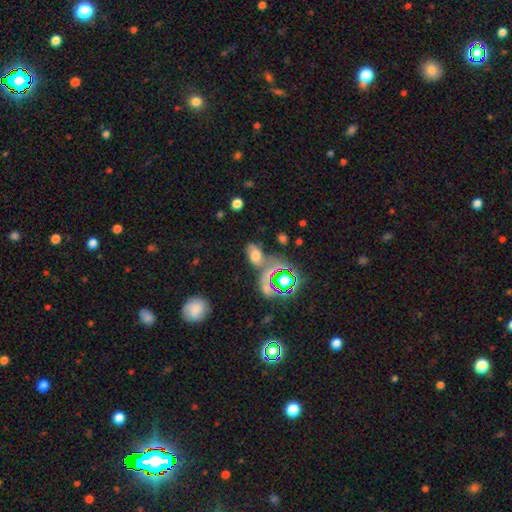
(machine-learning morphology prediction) Q: Smooth or featured?
A: smooth (49%); runner-up: star or artifact (29%)
Q: Merging?
A: none (36%); runner-up: merger (25%)